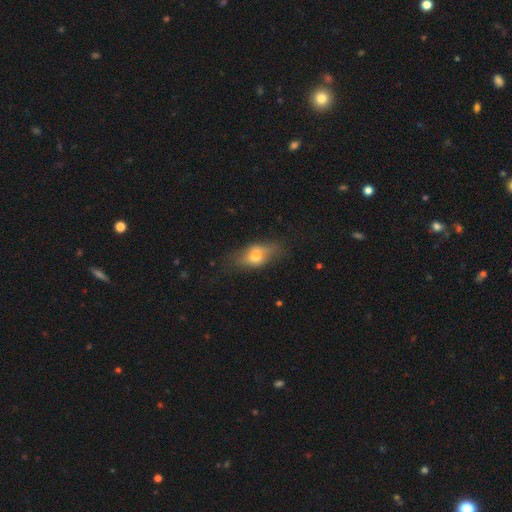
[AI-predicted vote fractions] smooth-or-featured: smooth: 53% | featured or disk: 38% | star or artifact: 9%
  how-rounded: in between: 77% | round: 12% | cigar-shaped: 11%
  merging: none: 64% | minor disturbance: 24% | major disturbance: 11% | merger: 2%